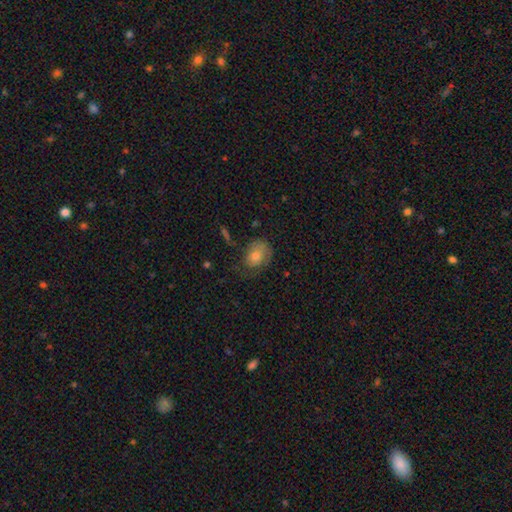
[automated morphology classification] Smooth or featured? Predicted: smooth (p=0.58). How rounded? Predicted: in between (p=0.58). Merging? Predicted: none (p=0.56).